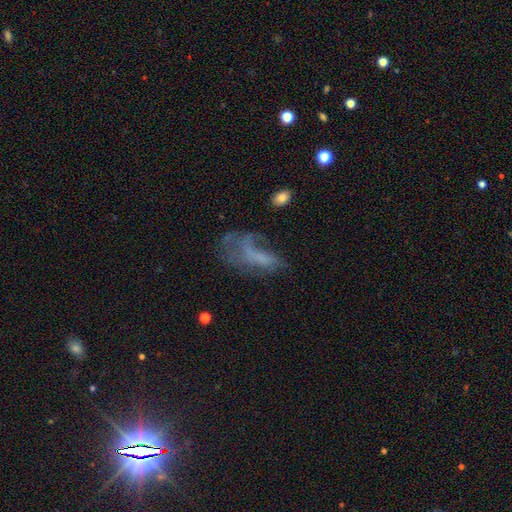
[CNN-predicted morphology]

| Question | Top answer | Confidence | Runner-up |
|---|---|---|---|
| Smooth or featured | featured or disk | 46% | smooth (38%) |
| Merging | major disturbance | 45% | none (29%) |